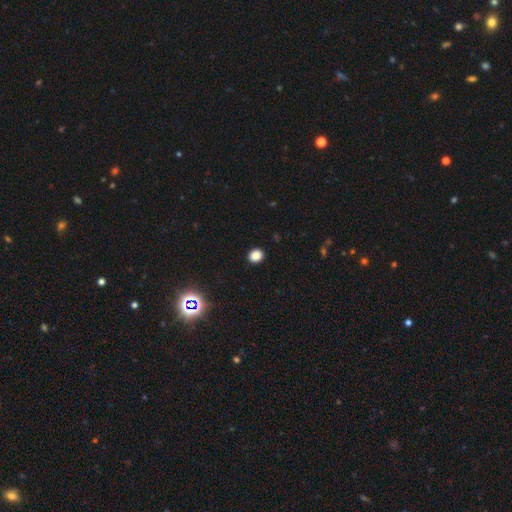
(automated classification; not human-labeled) A smooth galaxy with no disk features (84%) that is round (71%).

Vote fractions:
- Smooth or featured? smooth: 84% / star or artifact: 13% / featured or disk: 3%
- How rounded? round: 71% / in between: 28% / cigar-shaped: 1%
- Merging? none: 92% / minor disturbance: 5% / major disturbance: 2% / merger: 1%